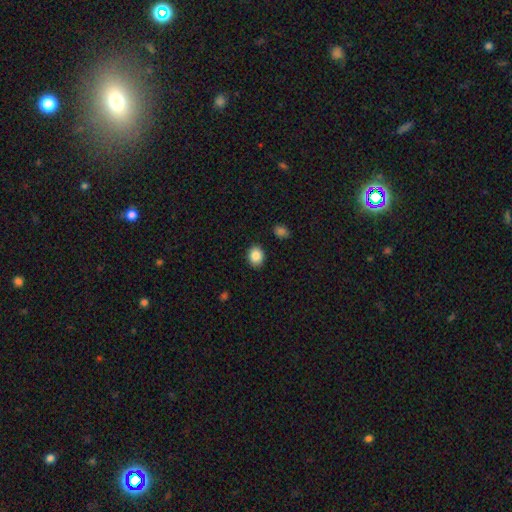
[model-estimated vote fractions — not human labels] Q: Smooth or featured?
A: smooth (87%); runner-up: star or artifact (8%)
Q: How rounded?
A: in between (52%); runner-up: round (47%)
Q: Merging?
A: none (87%); runner-up: minor disturbance (9%)